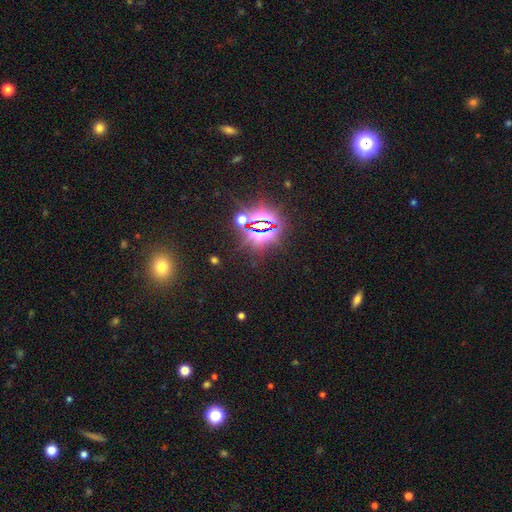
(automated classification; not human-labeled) Smooth or featured: star or artifact — 76% (smooth — 16%)